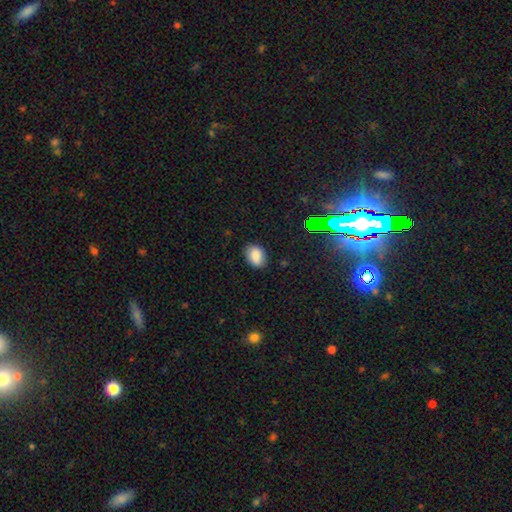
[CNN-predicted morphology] A smooth galaxy with no disk features (83%) that is in between round and cigar-shaped (74%). Merging: none (81%).